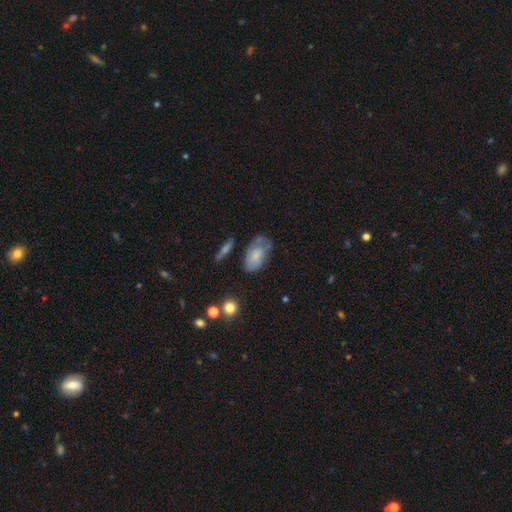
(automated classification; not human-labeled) A smooth galaxy with no disk features (68%) that is in between round and cigar-shaped (91%).

Vote fractions:
- Smooth or featured? smooth: 68% / featured or disk: 24% / star or artifact: 8%
- How rounded? in between: 91% / round: 6% / cigar-shaped: 3%
- Merging? none: 45% / minor disturbance: 32% / major disturbance: 17% / merger: 7%